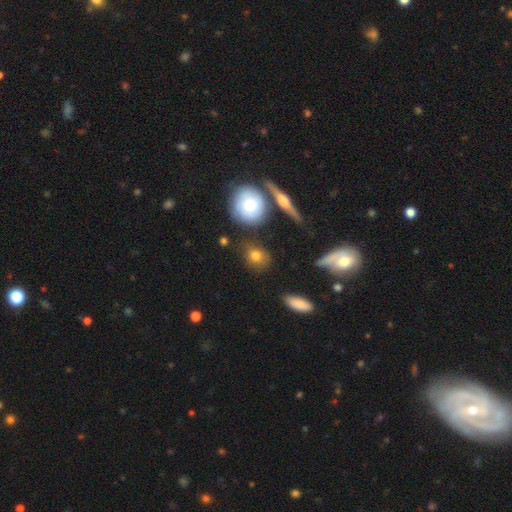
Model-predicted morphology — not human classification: Smooth or featured? smooth (76%)
How rounded? round (67%)
Merging? none (73%)